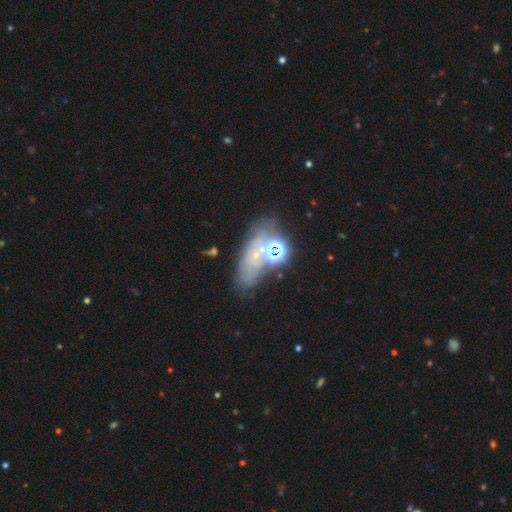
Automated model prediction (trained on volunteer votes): star or artifact 40%, featured or disk 31%, smooth 29%.